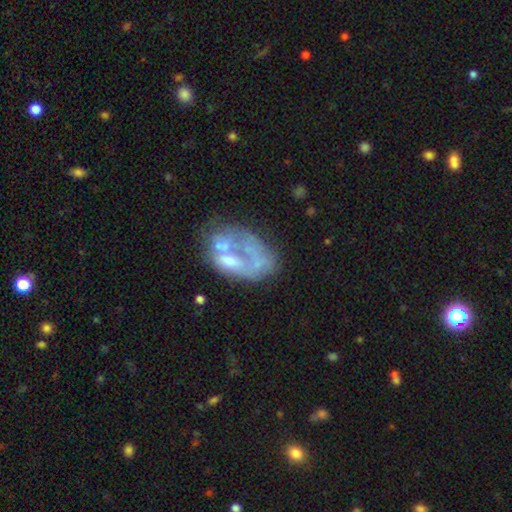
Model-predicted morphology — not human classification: smooth-or-featured: featured or disk: 61% | smooth: 28% | star or artifact: 10%
  disk-edge-on: no: 97% | yes: 3%
    bar: no: 86% | weak: 11% | strong: 3%
    has-spiral-arms: no: 88% | yes: 12%
    bulge-size: none: 49% | moderate: 26% | small: 19% | large: 4% | dominant: 2%
  merging: major disturbance: 29% | none: 28% | merger: 26% | minor disturbance: 17%